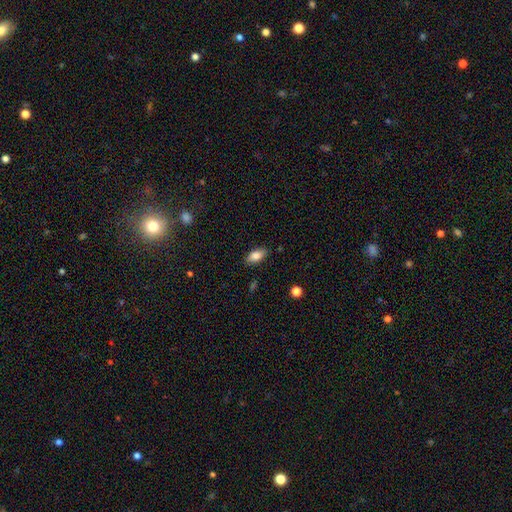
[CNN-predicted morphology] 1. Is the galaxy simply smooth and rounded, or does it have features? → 82% smooth, 10% featured or disk, 8% star or artifact.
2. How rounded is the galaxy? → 90% in between, 6% cigar-shaped, 4% round.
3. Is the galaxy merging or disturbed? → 86% none, 11% minor disturbance, 2% major disturbance, 1% merger.